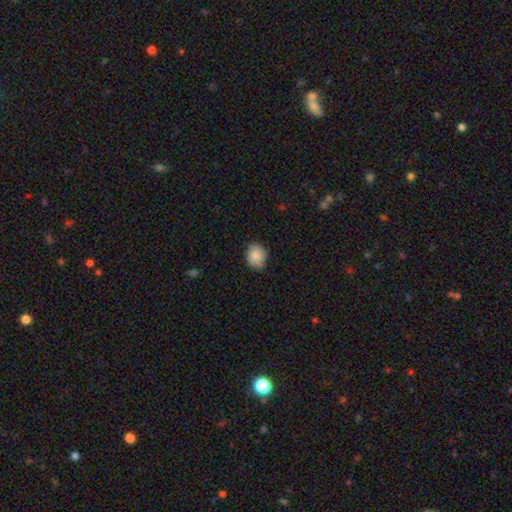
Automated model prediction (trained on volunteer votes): The model was most divided on "how rounded": round: 55%, in between: 44%, cigar-shaped: 1%. More confident: smooth or featured — smooth (84%); merging — none (73%).